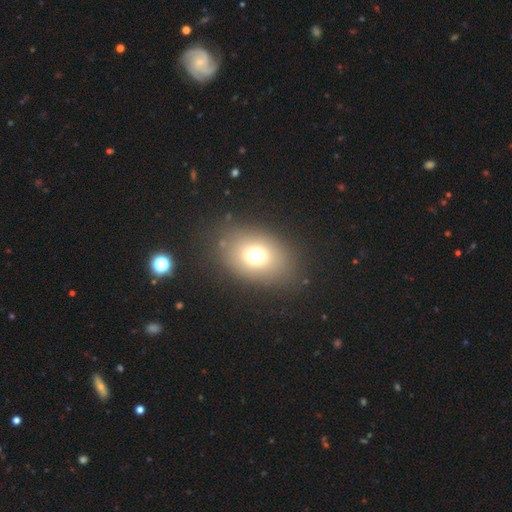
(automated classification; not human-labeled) Overall: smooth (68%). How rounded: in between (62%; round 37%). Merging: none (81%).